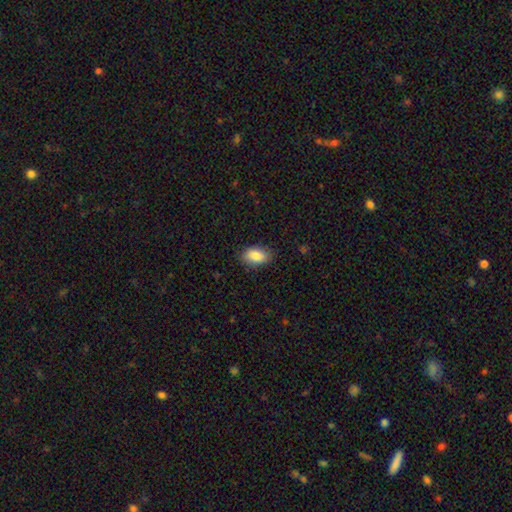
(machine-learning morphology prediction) This appears to be a smooth galaxy with no disk features (86%) that is in between round and cigar-shaped (90%). Merging: none (85%).